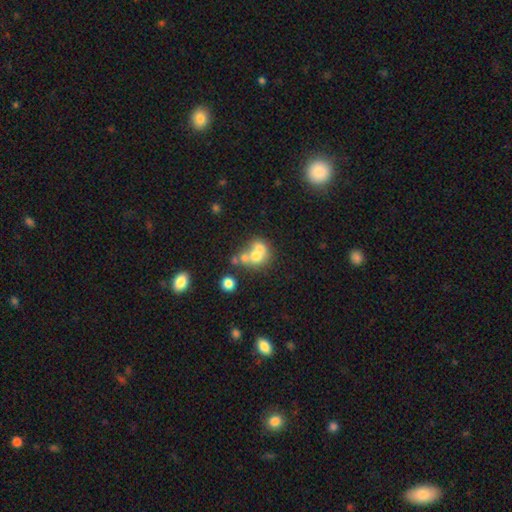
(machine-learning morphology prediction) This appears to be a smooth galaxy with no disk features (59%) that is round (71%). Merging: merger (59%).